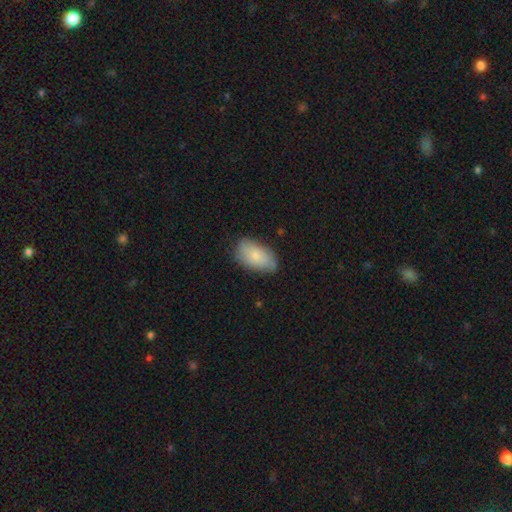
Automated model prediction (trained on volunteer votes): Smooth or featured? smooth (77%)
How rounded? in between (94%)
Merging? none (73%)